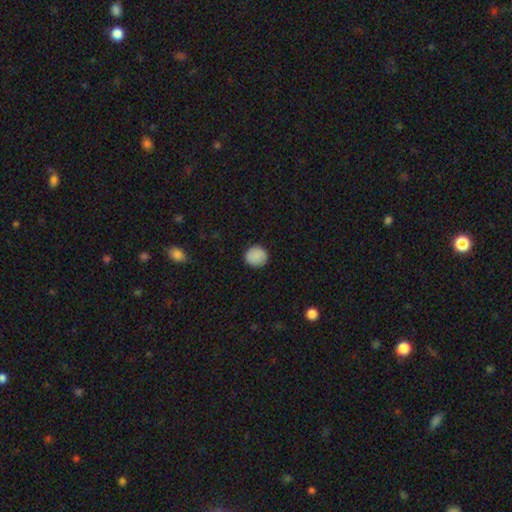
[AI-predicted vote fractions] smooth-or-featured: smooth: 88% | star or artifact: 8% | featured or disk: 4%
  how-rounded: round: 87% | in between: 12% | cigar-shaped: 1%
  merging: none: 90% | minor disturbance: 7% | major disturbance: 2% | merger: 1%